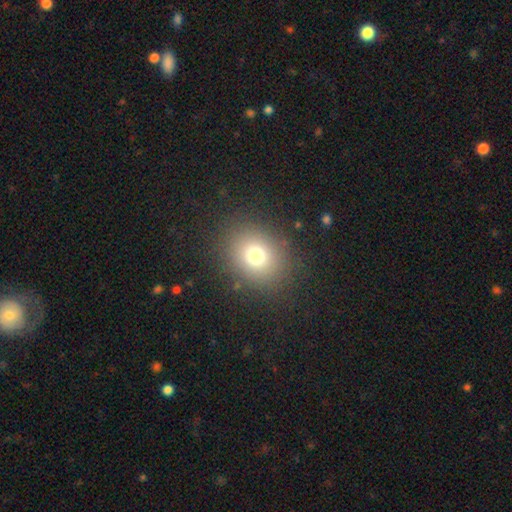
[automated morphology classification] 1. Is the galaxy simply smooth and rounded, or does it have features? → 73% smooth, 17% star or artifact, 10% featured or disk.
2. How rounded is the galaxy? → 68% round, 31% in between, 1% cigar-shaped.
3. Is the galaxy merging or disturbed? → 85% none, 8% minor disturbance, 5% major disturbance, 1% merger.